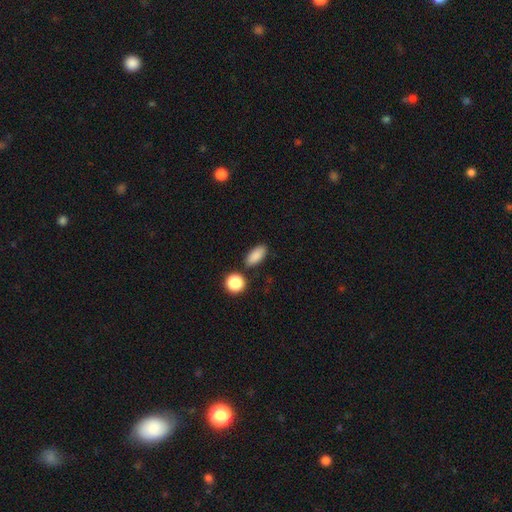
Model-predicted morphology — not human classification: This appears to be a smooth galaxy with no disk features (87%) that is in between round and cigar-shaped (85%). Merging: none (82%).